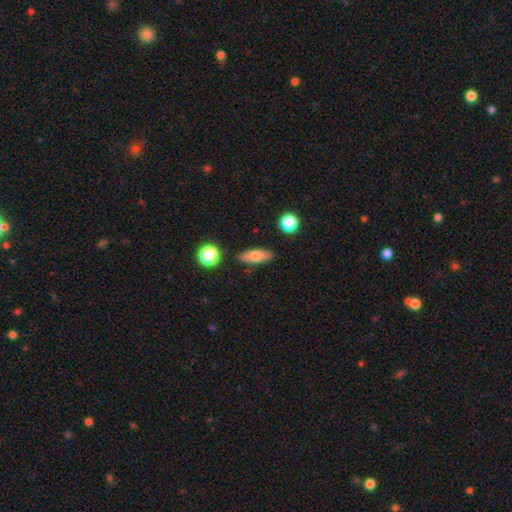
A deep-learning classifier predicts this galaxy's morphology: This is likely a smooth galaxy (74%). How rounded: likely in between (67%). Merging: clearly none (86%).